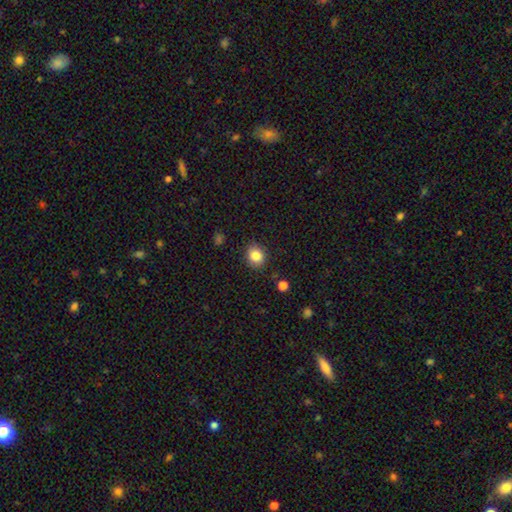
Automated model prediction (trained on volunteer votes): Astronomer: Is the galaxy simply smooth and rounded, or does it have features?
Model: smooth — 84%.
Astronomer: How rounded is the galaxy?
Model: round — 70%.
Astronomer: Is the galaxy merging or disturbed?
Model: none — 86%.